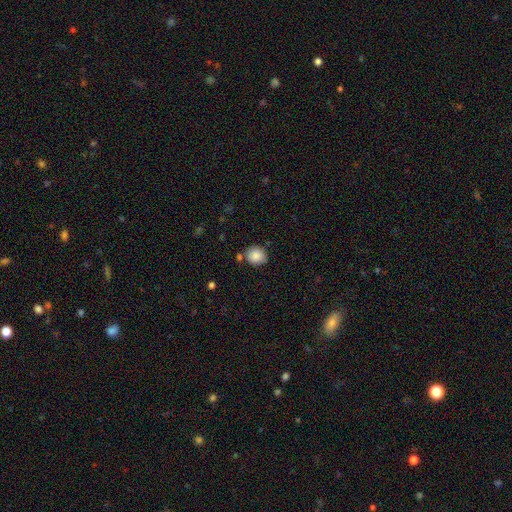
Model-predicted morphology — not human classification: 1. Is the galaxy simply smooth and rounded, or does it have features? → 86% smooth, 8% star or artifact, 5% featured or disk.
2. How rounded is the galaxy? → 79% round, 20% in between, 1% cigar-shaped.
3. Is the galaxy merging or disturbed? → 75% none, 14% minor disturbance, 8% merger, 3% major disturbance.